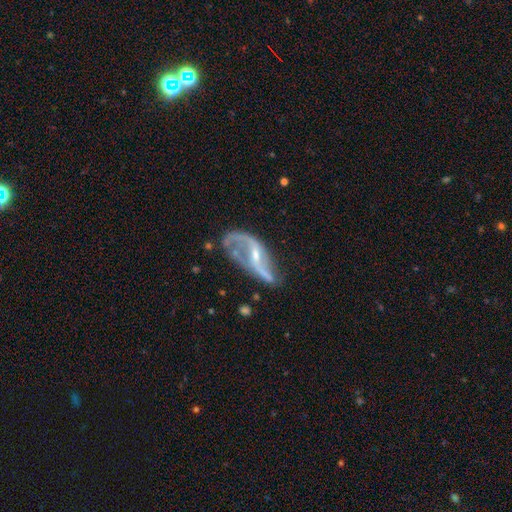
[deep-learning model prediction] A featured or disk galaxy (86%) with a weak bar (43%), 2 (83%) loose (78%) spiral arms (91%) and a small central bulge (63%).

Vote fractions:
- Smooth or featured? featured or disk: 86% / smooth: 7% / star or artifact: 6%
- Edge-on disk? no: 94% / yes: 6%
- Bar? weak: 43% / no: 29% / strong: 29%
- Spiral arms? yes: 91% / no: 9%
- Spiral winding? loose: 78% / medium: 17% / tight: 5%
- Spiral arm count? 2: 83% / 1: 9% / can't tell: 5% / 3: 2% / 4: 1% / more than 4: 1%
- Bulge size? small: 63% / moderate: 29% / none: 7% / large: 1% / dominant: 1%
- Merging? none: 45% / major disturbance: 25% / minor disturbance: 23% / merger: 7%